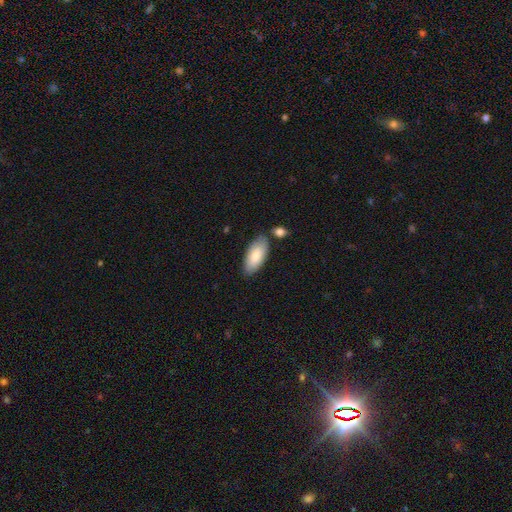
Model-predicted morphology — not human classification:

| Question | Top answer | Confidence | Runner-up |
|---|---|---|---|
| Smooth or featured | smooth | 84% | featured or disk (11%) |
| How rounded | in between | 89% | cigar-shaped (9%) |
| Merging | none | 75% | minor disturbance (14%) |